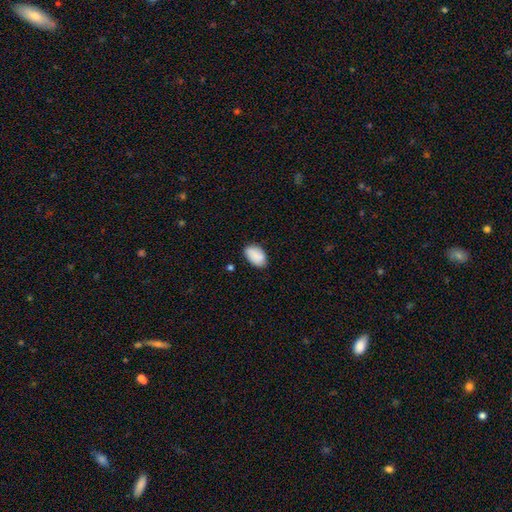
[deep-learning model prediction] A smooth galaxy with no disk features (87%) that is in between round and cigar-shaped (91%).

Vote fractions:
- Smooth or featured? smooth: 87% / star or artifact: 7% / featured or disk: 6%
- How rounded? in between: 91% / round: 7% / cigar-shaped: 1%
- Merging? none: 77% / minor disturbance: 17% / major disturbance: 3% / merger: 2%